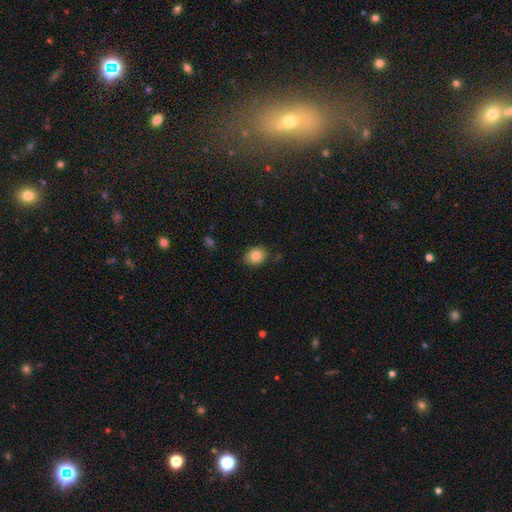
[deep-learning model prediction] Smooth or featured: smooth — 82% (featured or disk — 9%)
How rounded: in between — 53% (round — 46%)
Merging: none — 83% (minor disturbance — 13%)